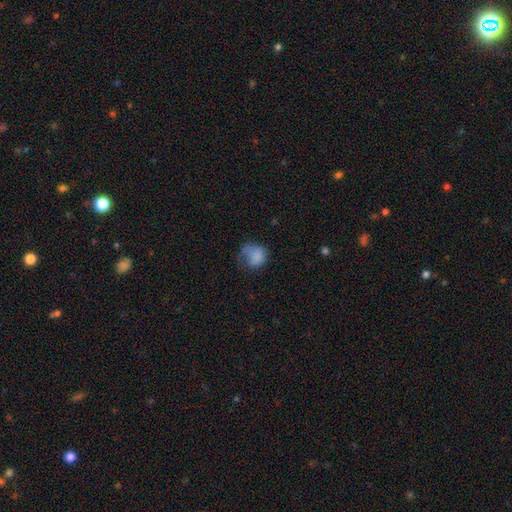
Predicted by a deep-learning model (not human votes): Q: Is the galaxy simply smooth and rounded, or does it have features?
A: smooth — 78%.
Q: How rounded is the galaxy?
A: round — 67%.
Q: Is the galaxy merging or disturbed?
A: major disturbance — 35%.